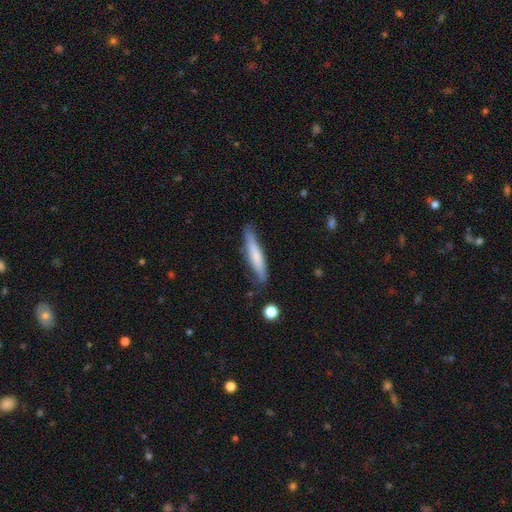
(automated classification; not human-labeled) The model was most divided on "smooth or featured": smooth: 62%, featured or disk: 33%, star or artifact: 6%. More confident: how rounded — cigar-shaped (89%); merging — none (75%).